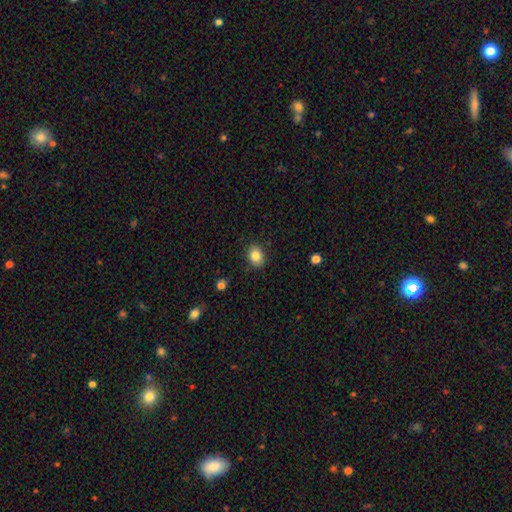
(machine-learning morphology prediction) A smooth galaxy with no disk features (84%) that is in between round and cigar-shaped (58%). Merging: none (88%).